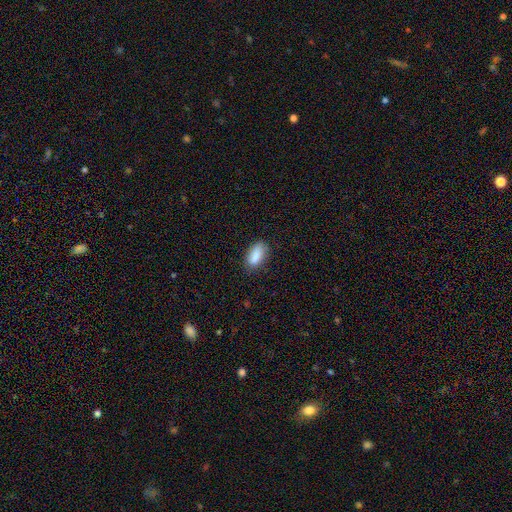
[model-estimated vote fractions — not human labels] smooth_or_featured: smooth (p=0.87) [alt: star or artifact p=0.07]
how_rounded: in between (p=0.88) [alt: cigar-shaped p=0.09]
merging: none (p=0.76) [alt: minor disturbance p=0.19]